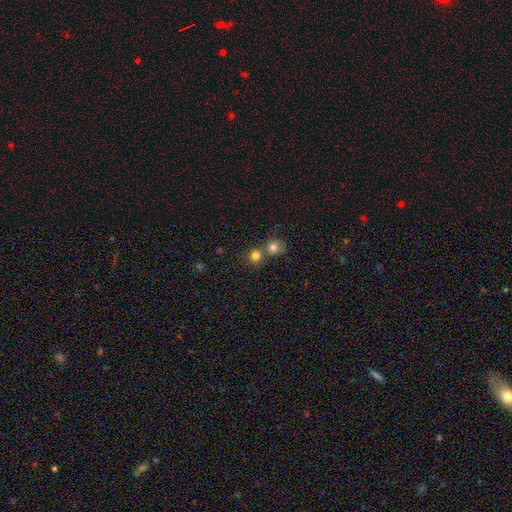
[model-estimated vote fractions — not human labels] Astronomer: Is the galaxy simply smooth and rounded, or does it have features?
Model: smooth — 79%.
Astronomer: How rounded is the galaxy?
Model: round — 90%.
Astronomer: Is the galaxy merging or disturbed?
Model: none — 56% (runner-up: merger, 36%).